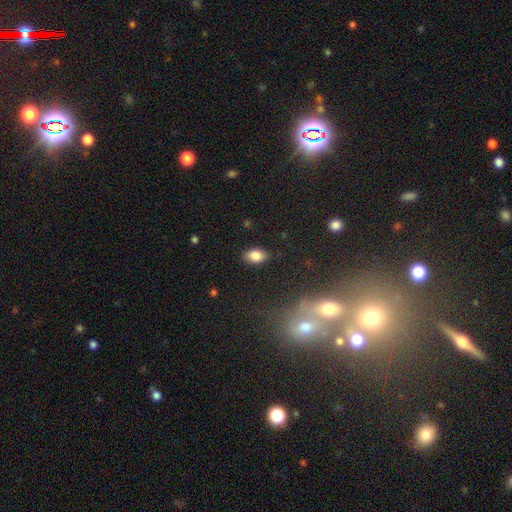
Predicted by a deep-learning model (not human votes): smooth 84%, star or artifact 9%, featured or disk 7%. Down the decision tree: how rounded — in between (87%); merging — none (85%).